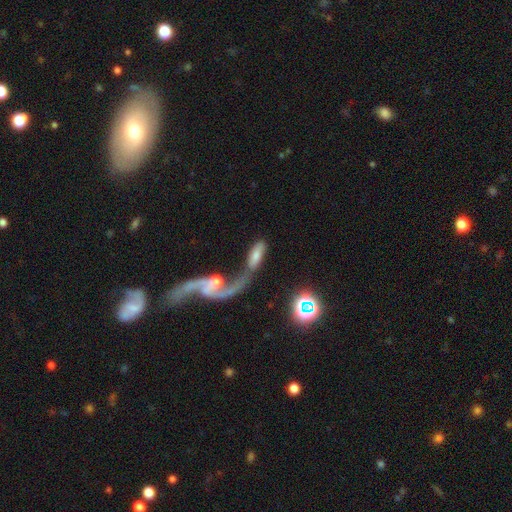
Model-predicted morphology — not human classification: smooth_or_featured: smooth (p=0.45) [tied with: featured or disk p=0.45]
merging: merger (p=0.56) [alt: none p=0.20]